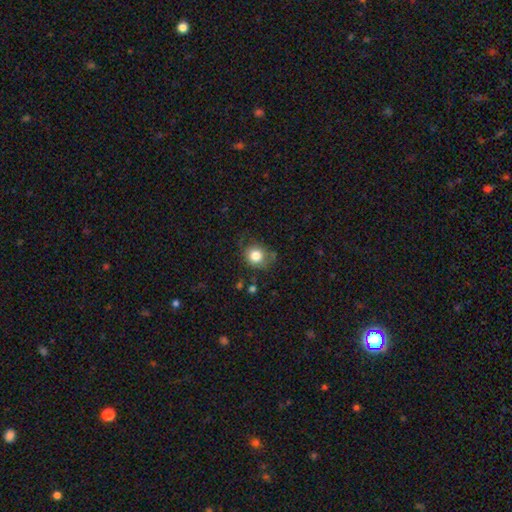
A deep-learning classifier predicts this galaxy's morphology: type=smooth (81%); roundness=round (81%); merging=none (69%).